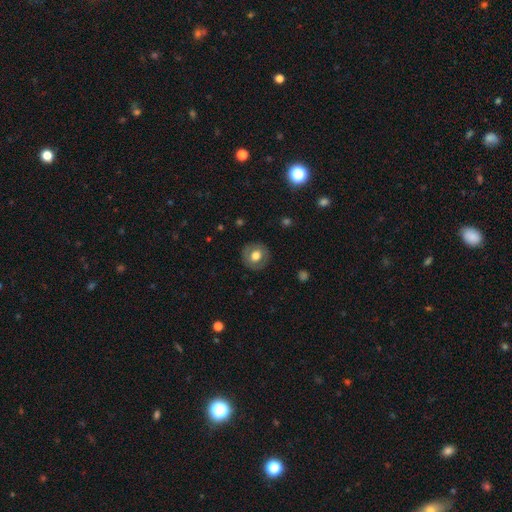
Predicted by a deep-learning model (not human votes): Smooth or featured: smooth — 65% (featured or disk — 27%)
How rounded: round — 88% (in between — 11%)
Merging: none — 86% (minor disturbance — 9%)